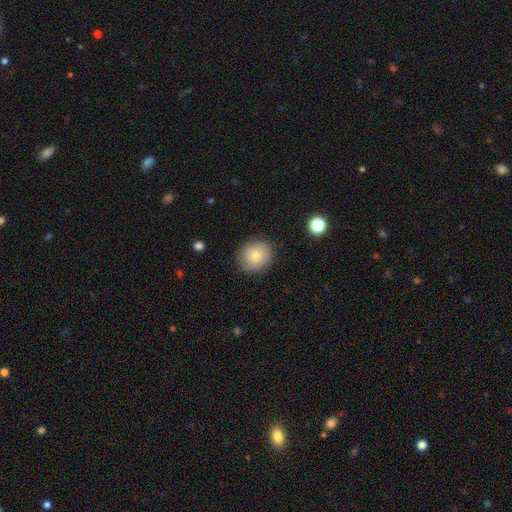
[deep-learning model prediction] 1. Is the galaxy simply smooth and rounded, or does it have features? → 80% smooth, 11% featured or disk, 9% star or artifact.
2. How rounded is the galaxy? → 75% round, 24% in between, 1% cigar-shaped.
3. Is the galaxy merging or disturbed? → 87% none, 9% minor disturbance, 3% major disturbance, 1% merger.